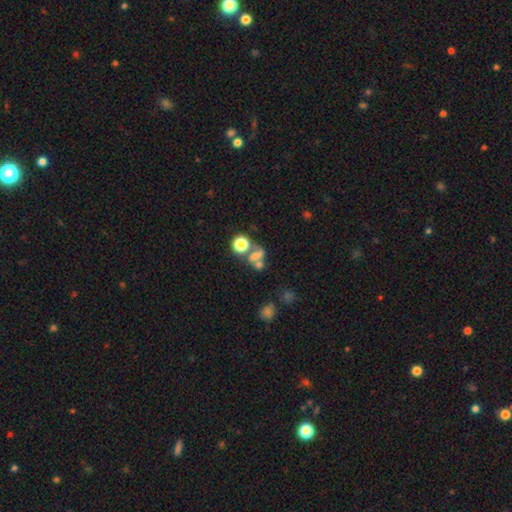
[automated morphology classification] This appears to be a smooth galaxy with no disk features (51%) that is round (52%). Merging: merger (44%).